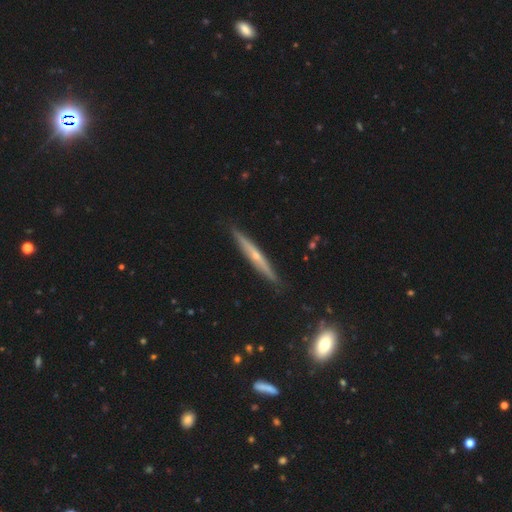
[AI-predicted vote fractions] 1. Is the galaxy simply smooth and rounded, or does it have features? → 69% featured or disk, 25% smooth, 6% star or artifact.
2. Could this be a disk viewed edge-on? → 96% yes, 4% no.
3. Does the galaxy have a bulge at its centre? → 70% rounded, 27% none, 3% boxy.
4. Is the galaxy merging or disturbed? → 88% none, 9% minor disturbance, 1% major disturbance, 1% merger.